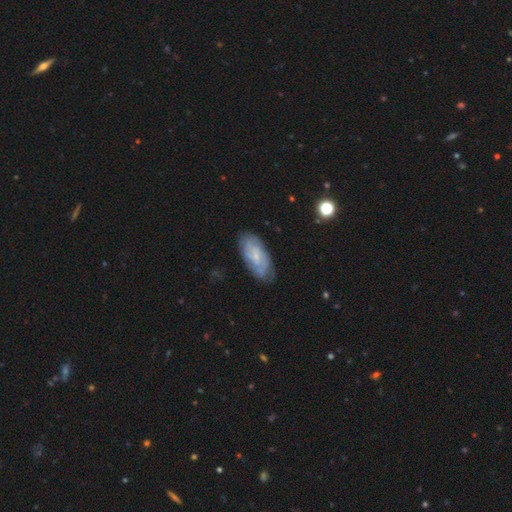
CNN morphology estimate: smooth-or-featured: featured or disk: 64% | smooth: 29% | star or artifact: 7%
  disk-edge-on: no: 93% | yes: 7%
    bar: no: 58% | weak: 35% | strong: 7%
    has-spiral-arms: yes: 85% | no: 15%
      spiral-winding: tight: 54% | medium: 35% | loose: 12%
      spiral-arm-count: can't tell: 47% | 2: 28% | 3: 11% | 4: 6% | 1: 4% | more than 4: 3%
    bulge-size: small: 69% | moderate: 18% | none: 11% | large: 1% | dominant: 1%
  merging: none: 74% | minor disturbance: 19% | major disturbance: 5% | merger: 2%